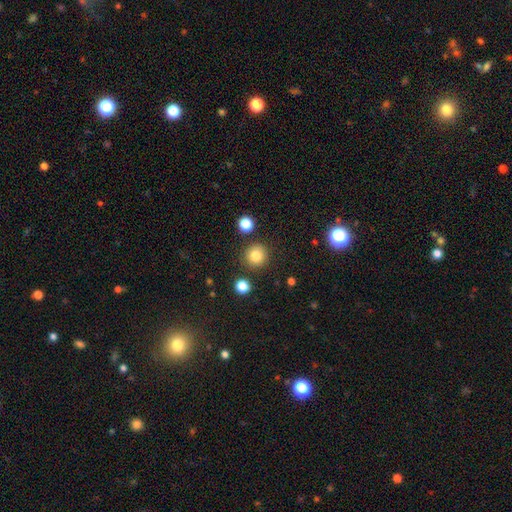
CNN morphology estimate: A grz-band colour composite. It shows a smooth galaxy with no disk features (82%) that is round (93%). Merging: none (87%).